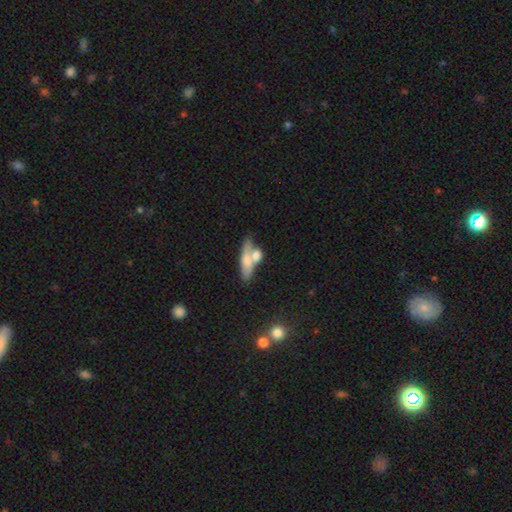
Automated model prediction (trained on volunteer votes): A smooth galaxy with no disk features (63%) that is in between round and cigar-shaped (52%). Merging: merger (45%).